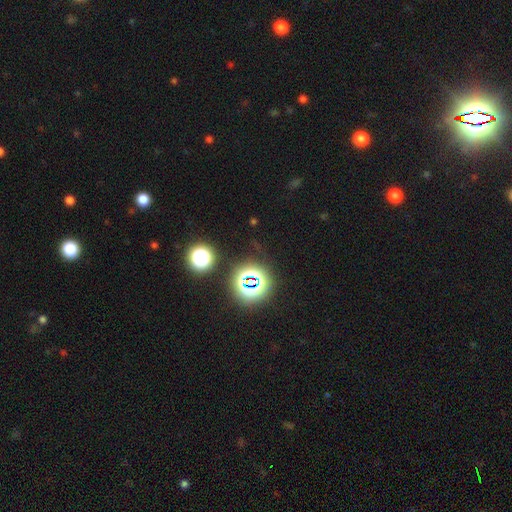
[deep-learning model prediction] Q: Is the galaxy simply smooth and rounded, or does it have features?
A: star or artifact — 79%.